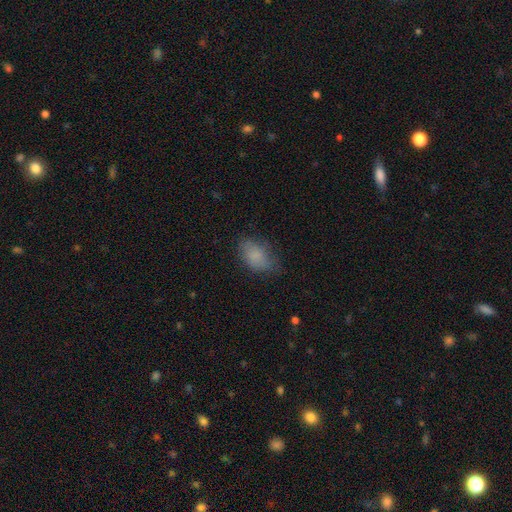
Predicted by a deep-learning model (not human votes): A smooth galaxy with no disk features (81%) that is in between round and cigar-shaped (88%).

Vote fractions:
- Smooth or featured? smooth: 81% / featured or disk: 10% / star or artifact: 9%
- How rounded? in between: 88% / round: 10% / cigar-shaped: 2%
- Merging? none: 66% / minor disturbance: 24% / major disturbance: 9% / merger: 1%